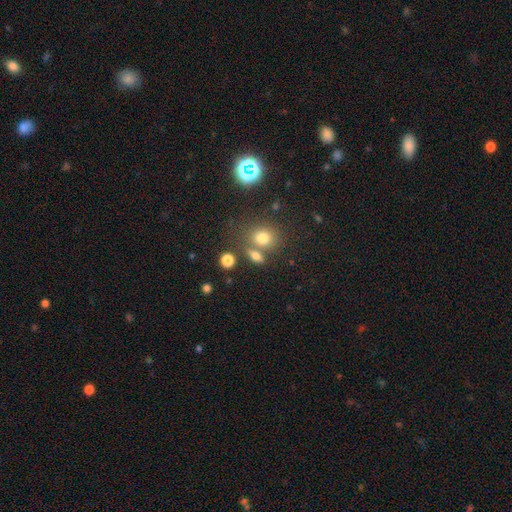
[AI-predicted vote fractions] Smooth or featured: smooth — 73% (star or artifact — 15%)
How rounded: in between — 59% (round — 35%)
Merging: none — 58% (merger — 27%)